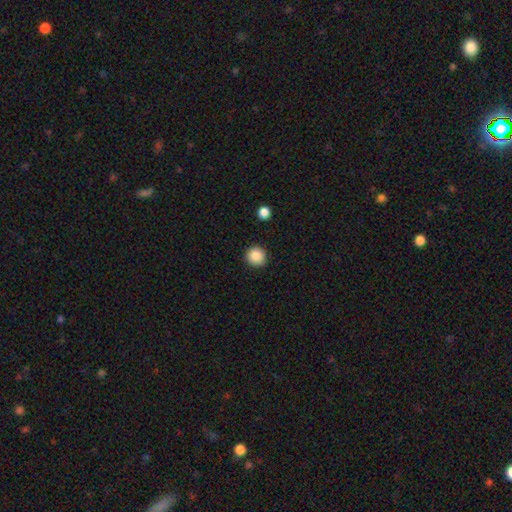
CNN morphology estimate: Smooth or featured: smooth — 87% (star or artifact — 9%)
How rounded: round — 93% (in between — 7%)
Merging: none — 90% (minor disturbance — 7%)